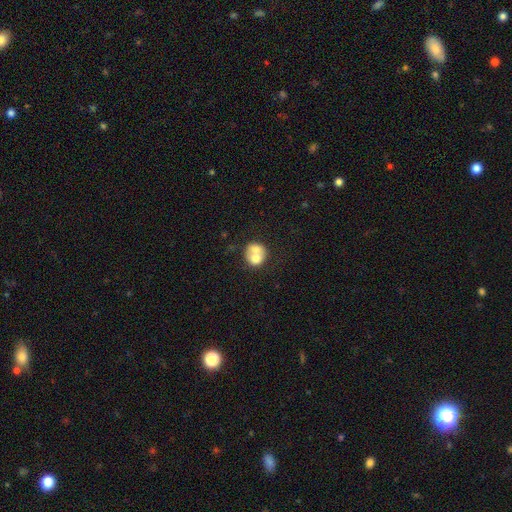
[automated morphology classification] Smooth or featured?
  - smooth: 63% *
  - featured or disk: 28%
  - star or artifact: 8%
How rounded?
  - round: 71% *
  - in between: 28%
  - cigar-shaped: 1%
Merging?
  - merger: 65% *
  - none: 24%
  - minor disturbance: 7%
  - major disturbance: 4%